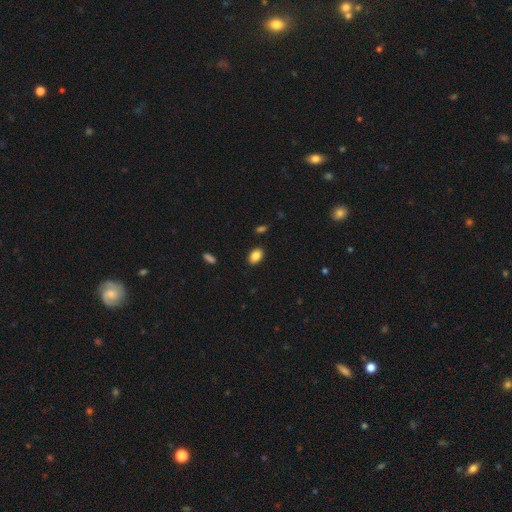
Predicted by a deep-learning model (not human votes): This is clearly a smooth galaxy (86%). How rounded: clearly in between (82%). Merging: clearly none (88%).